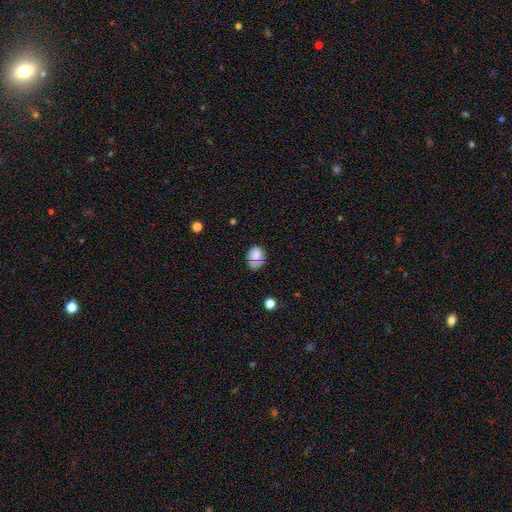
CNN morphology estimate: A smooth galaxy with no disk features (76%) that is in between round and cigar-shaped (55%). Merging: none (52%).